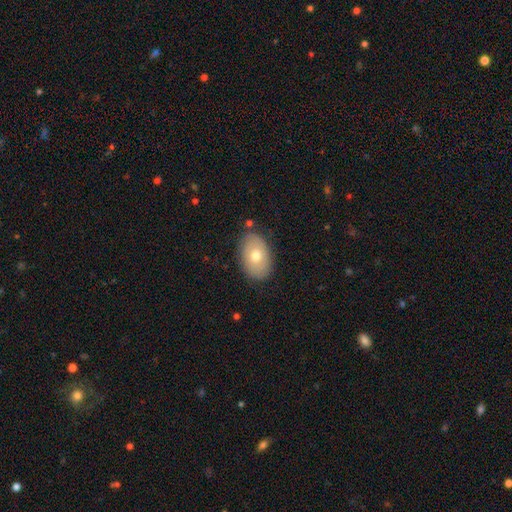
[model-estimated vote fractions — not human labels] smooth 64%, featured or disk 28%, star or artifact 8%. Down the decision tree: how rounded — in between (87%); merging — none (81%).